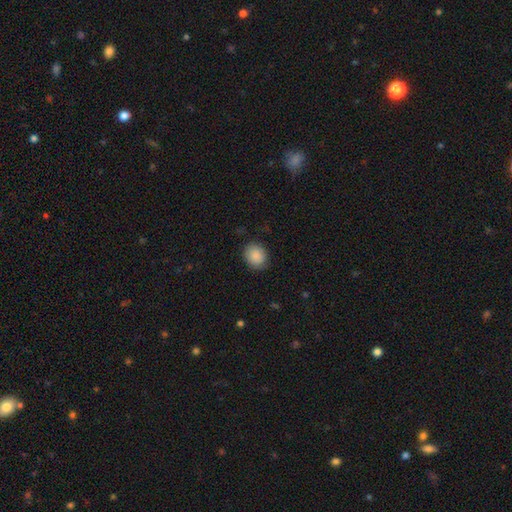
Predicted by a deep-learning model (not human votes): The model was most divided on "how rounded": round: 65%, in between: 34%, cigar-shaped: 1%. More confident: smooth or featured — smooth (89%); merging — none (85%).